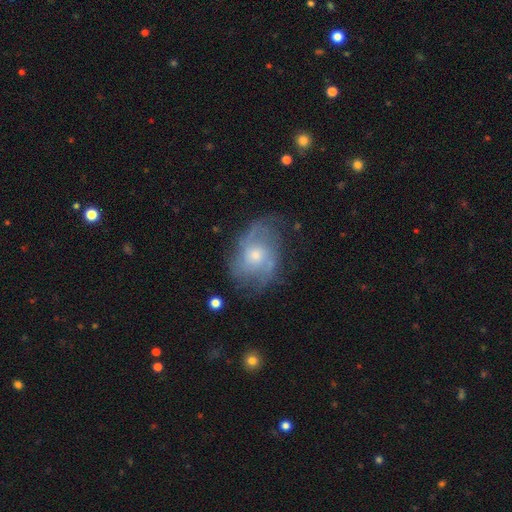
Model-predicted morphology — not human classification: type=featured or disk (68%); edge-on=no (96%); bar=no (76%); spiral arms=yes (80%); winding=medium (44%); arm count=2 (40%); bulge=small (48%); merging=none (55%).